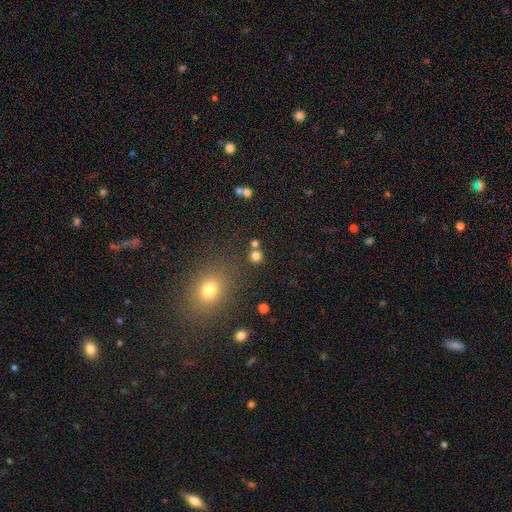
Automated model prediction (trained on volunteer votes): Q: Smooth or featured?
A: smooth (77%); runner-up: star or artifact (17%)
Q: How rounded?
A: round (89%); runner-up: in between (10%)
Q: Merging?
A: none (75%); runner-up: merger (15%)